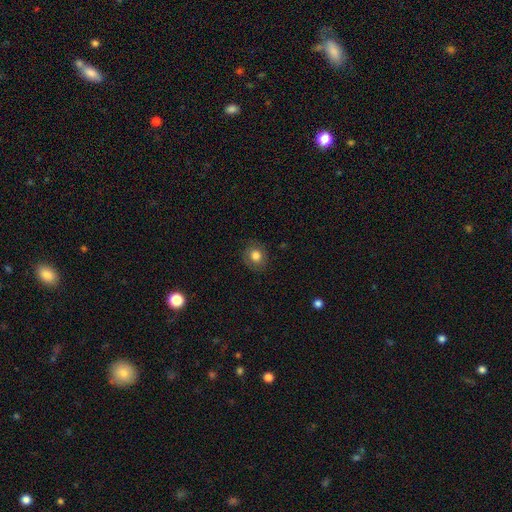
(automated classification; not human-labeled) Overall: smooth (76%). How rounded: round (76%). Merging: none (83%).